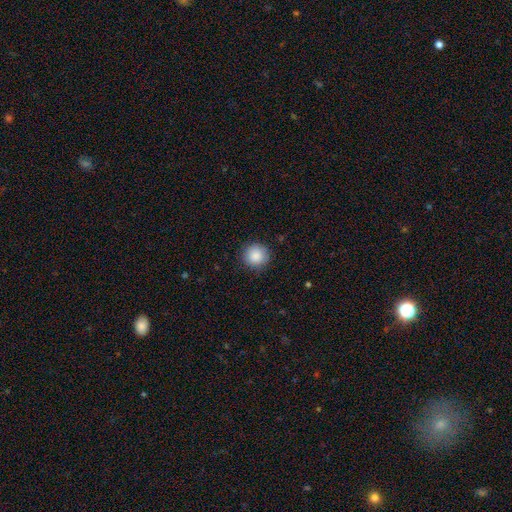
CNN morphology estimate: A smooth galaxy with no disk features (88%) that is round (94%). Merging: none (89%).